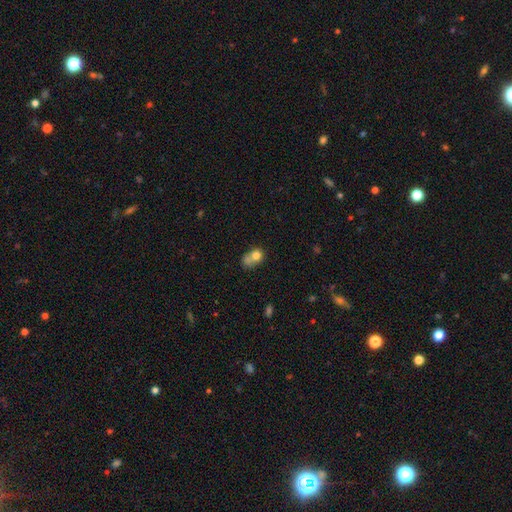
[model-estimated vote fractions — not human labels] Morphology: type=smooth (73%); roundness=in between (49%, tied with round); merging=merger (45%).